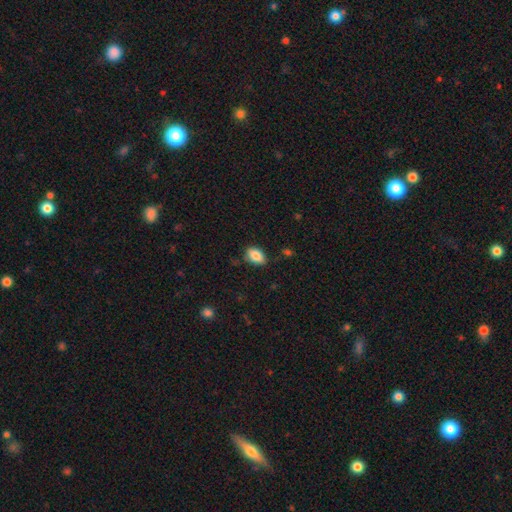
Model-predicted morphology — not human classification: type=smooth (84%); roundness=in between (89%); merging=none (76%).